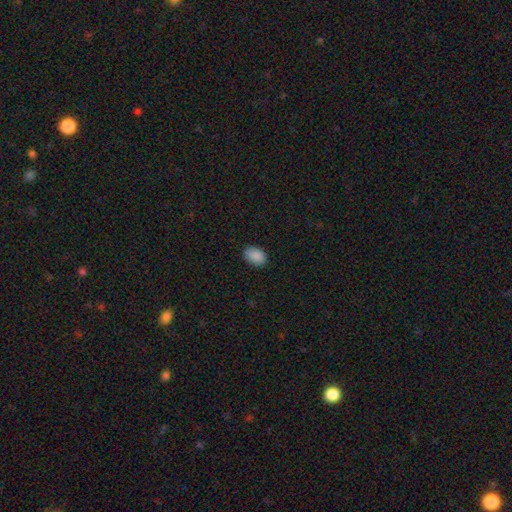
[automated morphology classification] Overall: smooth (89%). How rounded: in between (82%). Merging: none (85%).